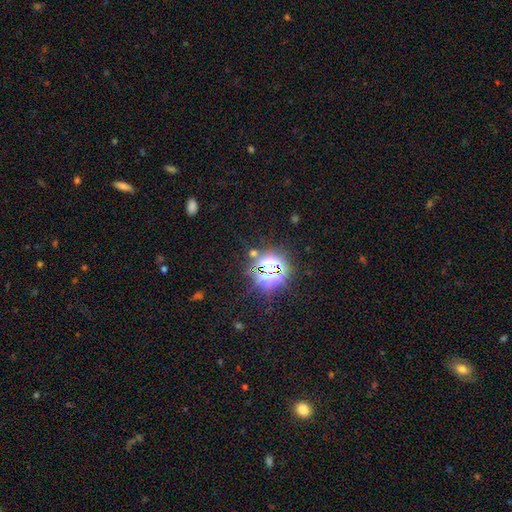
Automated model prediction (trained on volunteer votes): star or artifact 78%, smooth 14%, featured or disk 8%.